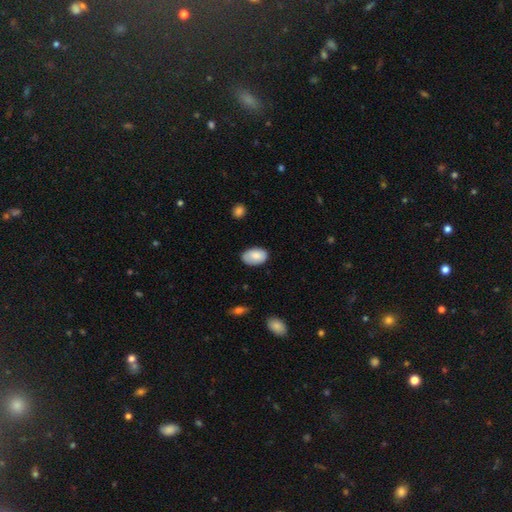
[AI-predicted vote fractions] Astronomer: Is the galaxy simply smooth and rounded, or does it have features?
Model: smooth — 82%.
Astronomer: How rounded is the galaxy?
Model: in between — 92%.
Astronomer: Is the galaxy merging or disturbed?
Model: none — 77%.